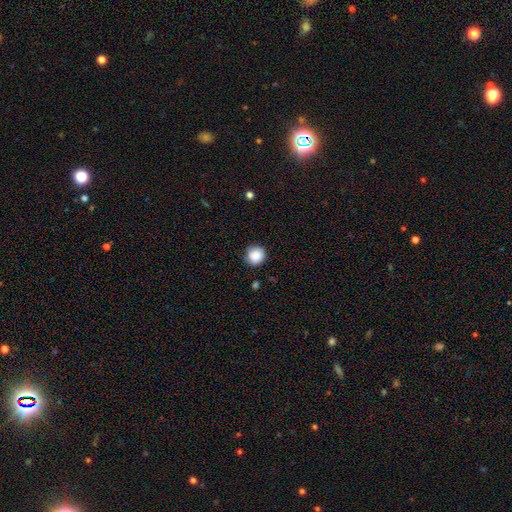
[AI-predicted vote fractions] This is clearly a smooth galaxy (87%). How rounded: clearly round (92%). Merging: clearly none (81%).